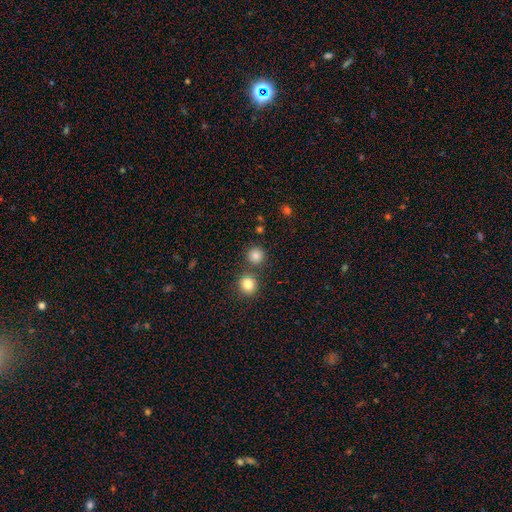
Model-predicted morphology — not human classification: A smooth galaxy with no disk features (82%) that is round (93%).

Vote fractions:
- Smooth or featured? smooth: 82% / star or artifact: 13% / featured or disk: 5%
- How rounded? round: 93% / in between: 6% / cigar-shaped: 1%
- Merging? none: 79% / merger: 11% / minor disturbance: 7% / major disturbance: 3%